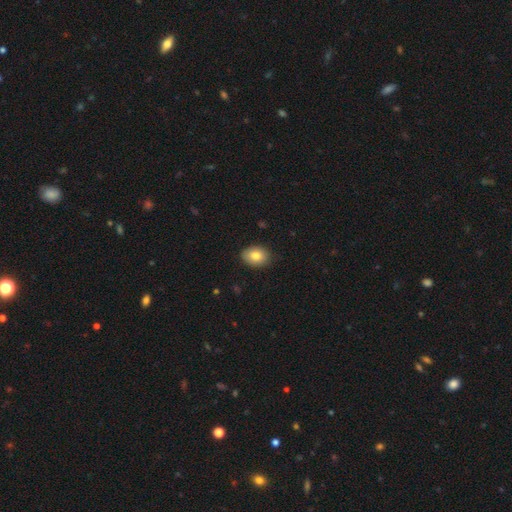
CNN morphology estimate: Q: Smooth or featured?
A: smooth (82%); runner-up: featured or disk (10%)
Q: How rounded?
A: in between (70%); runner-up: round (29%)
Q: Merging?
A: none (86%); runner-up: minor disturbance (11%)